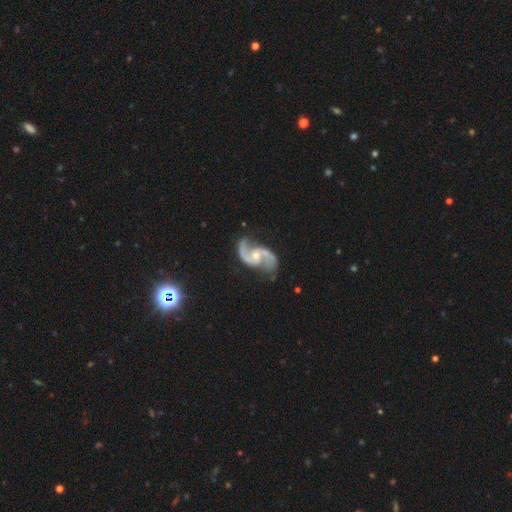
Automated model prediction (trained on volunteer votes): Overall: featured or disk (93%). Edge-on disk: no (98%). Bar: no (54%; weak 36%). Spiral arms: yes (98%). Spiral arm count: 2 (94%). Spiral winding: loose (50%; medium 42%). Bulge size: small (49%; moderate 47%). Merging: none (74%).